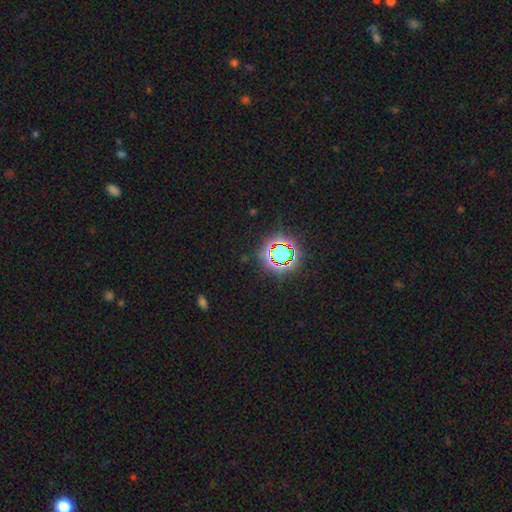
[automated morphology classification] A star or artifact, not a galaxy (78%).

Vote fractions:
- Smooth or featured? star or artifact: 78% / smooth: 14% / featured or disk: 8%